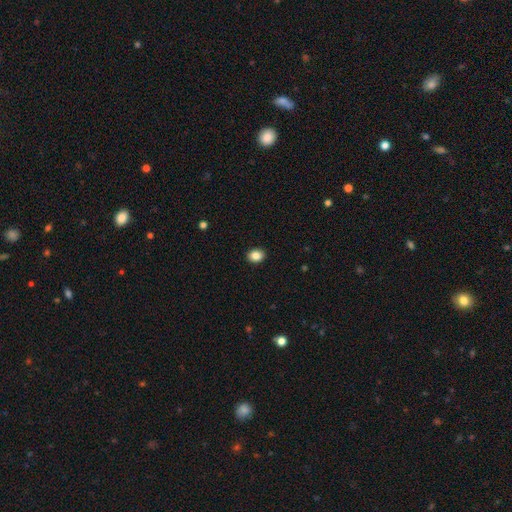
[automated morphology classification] smooth-or-featured: smooth: 87% | star or artifact: 9% | featured or disk: 4%
  how-rounded: in between: 54% | round: 45% | cigar-shaped: 1%
  merging: none: 91% | minor disturbance: 6% | major disturbance: 2% | merger: 1%